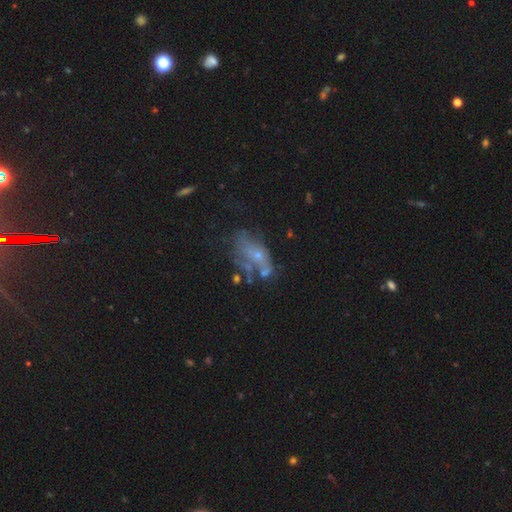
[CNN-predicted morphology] Q: Smooth or featured?
A: featured or disk (51%); runner-up: smooth (33%)
Q: Edge-on disk?
A: no (93%); runner-up: yes (7%)
Q: Merging?
A: none (30%); runner-up: major disturbance (28%)